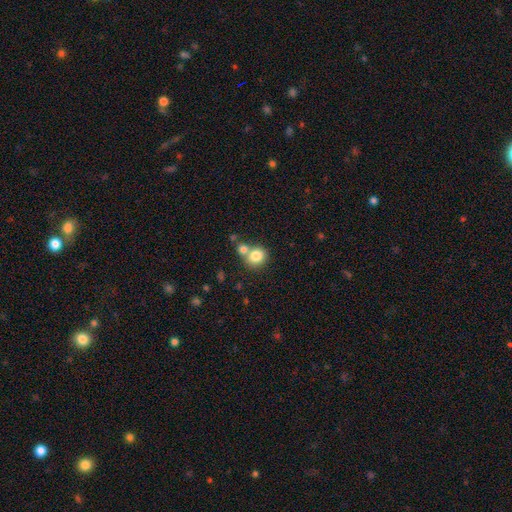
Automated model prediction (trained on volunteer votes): smooth 81%, star or artifact 10%, featured or disk 9%. Down the decision tree: how rounded — round (79%); merging — none (50%).